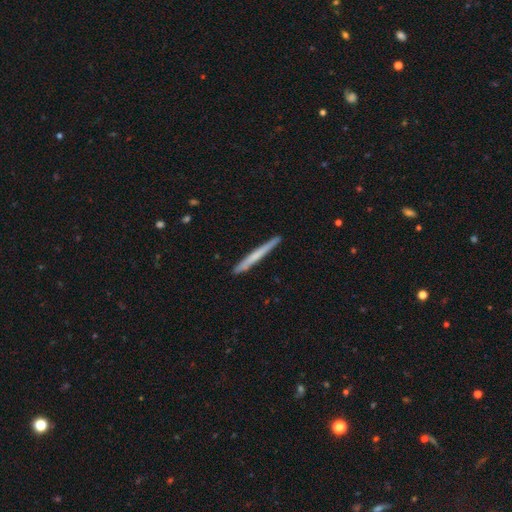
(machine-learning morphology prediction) This appears to be a smooth galaxy with no disk features (55%) that is cigar-shaped (97%). Merging: none (91%).